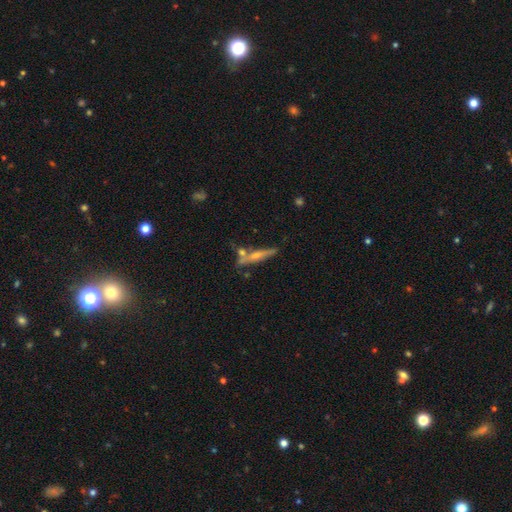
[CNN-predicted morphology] Smooth or featured: featured or disk — 53% (smooth — 40%)
Edge-on disk: yes — 92% (no — 8%)
Merging: none — 67% (minor disturbance — 15%)